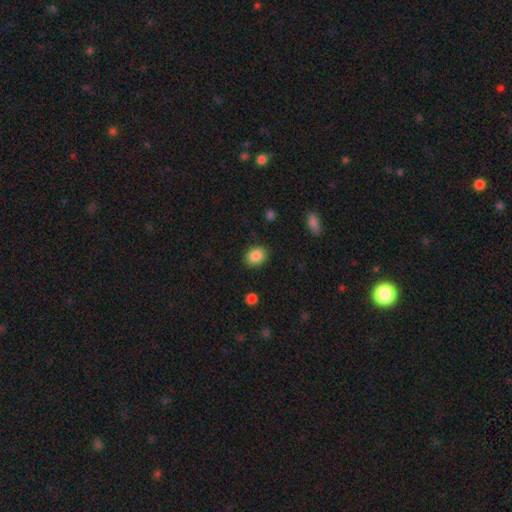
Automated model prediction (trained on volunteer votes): The model was most divided on "how rounded": in between: 61%, round: 38%, cigar-shaped: 1%. More confident: merging — none (87%); smooth or featured — smooth (87%).